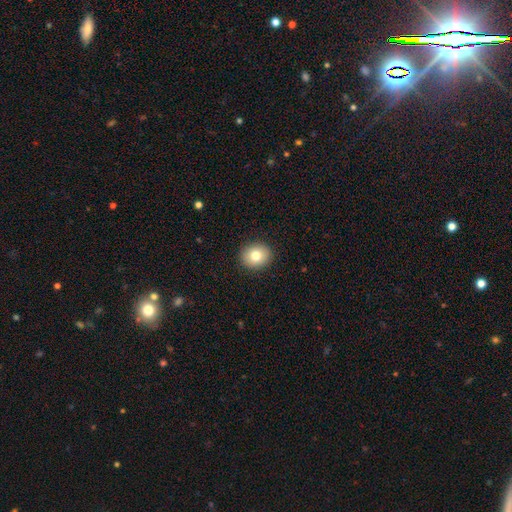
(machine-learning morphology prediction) Smooth or featured? smooth (79%)
How rounded? round (74%)
Merging? none (91%)